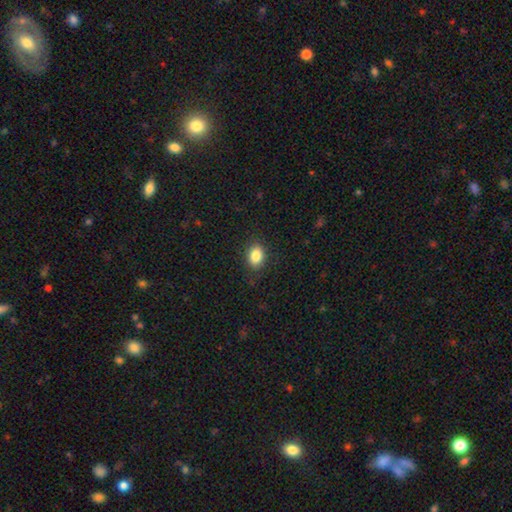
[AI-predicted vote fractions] This appears to be a smooth galaxy with no disk features (86%) that is in between round and cigar-shaped (74%). Merging: none (87%).